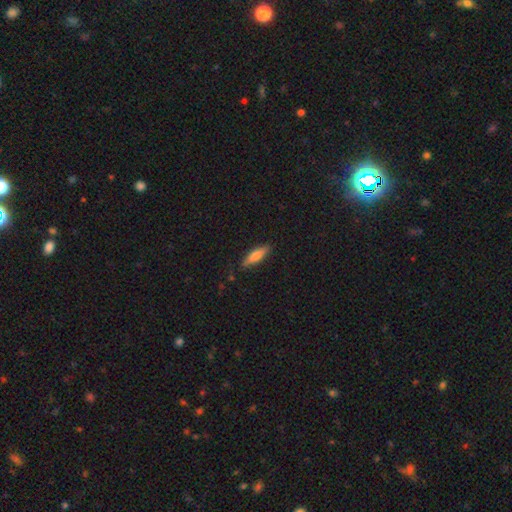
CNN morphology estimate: smooth-or-featured: smooth: 70% | featured or disk: 24% | star or artifact: 6%
  how-rounded: cigar-shaped: 64% | in between: 34% | round: 2%
  merging: none: 84% | minor disturbance: 12% | major disturbance: 2% | merger: 1%